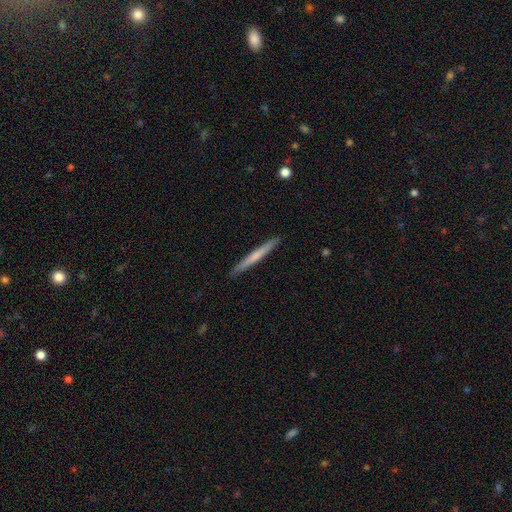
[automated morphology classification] smooth-or-featured: smooth: 57% | featured or disk: 38% | star or artifact: 5%
  how-rounded: cigar-shaped: 97% | in between: 2% | round: 1%
  merging: none: 92% | minor disturbance: 6% | major disturbance: 1% | merger: 1%